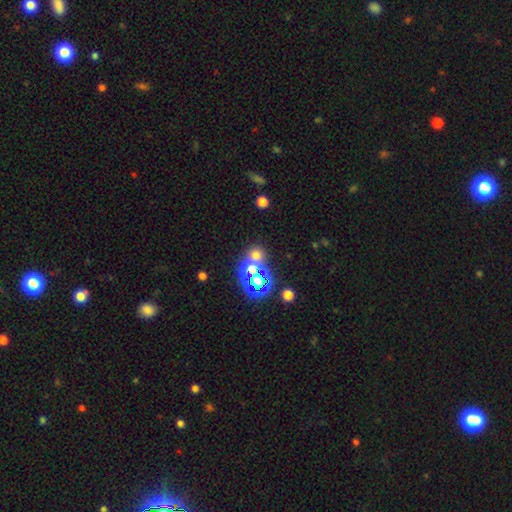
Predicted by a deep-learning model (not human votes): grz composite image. It shows a smooth galaxy with no disk features (52%) that is round (81%). Merging: none (59%).